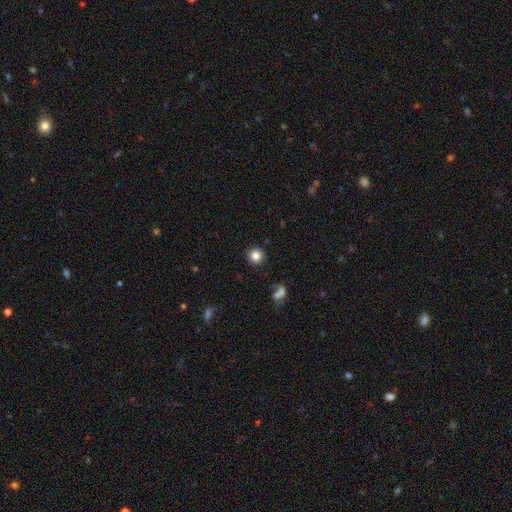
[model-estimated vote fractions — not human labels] The model was most divided on "smooth or featured": smooth: 82%, star or artifact: 11%, featured or disk: 6%. More confident: how rounded — round (94%); merging — none (91%).